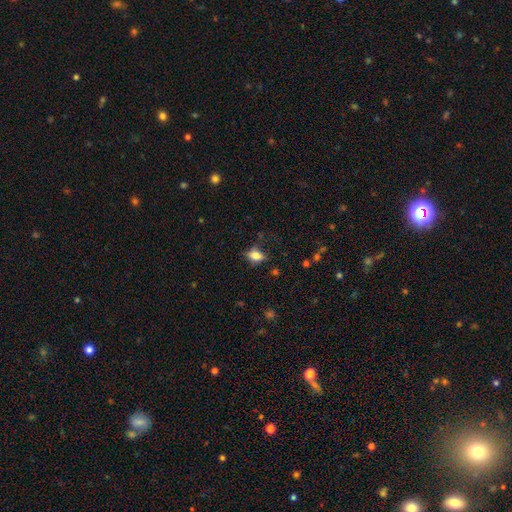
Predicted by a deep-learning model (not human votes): Smooth or featured? smooth (76%)
How rounded? in between (80%)
Merging? none (66%)